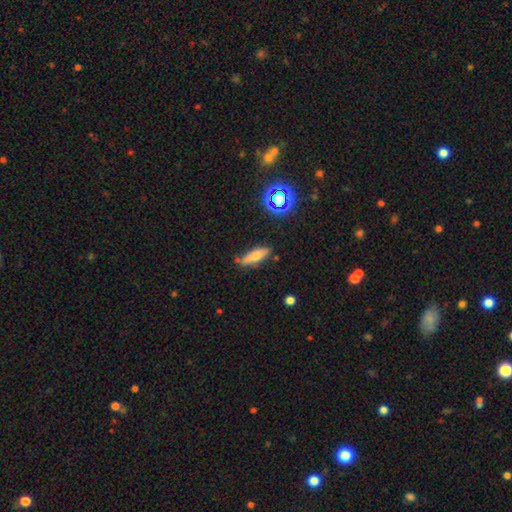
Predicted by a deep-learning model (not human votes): A smooth galaxy with no disk features (63%) that is cigar-shaped (51%). Merging: none (71%).